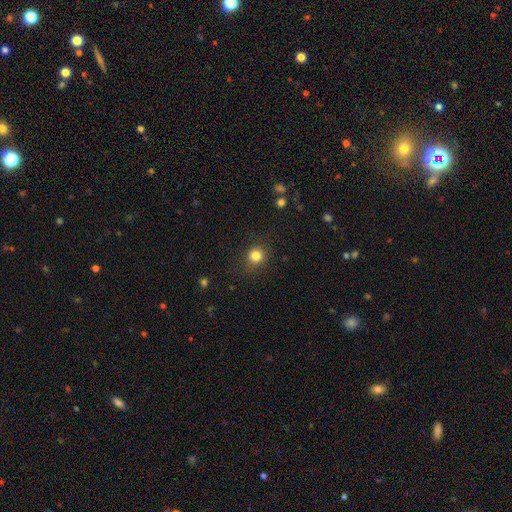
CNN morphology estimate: The model was most divided on "smooth or featured": smooth: 82%, star or artifact: 12%, featured or disk: 5%. More confident: how rounded — round (90%); merging — none (86%).